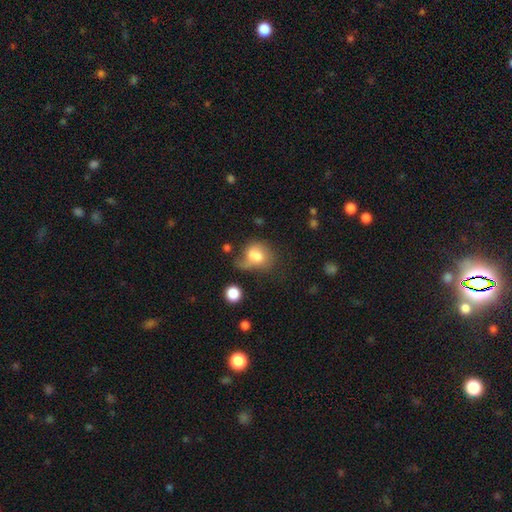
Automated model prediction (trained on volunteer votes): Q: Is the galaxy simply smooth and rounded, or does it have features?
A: smooth — 67%.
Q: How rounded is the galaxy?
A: in between — 58%.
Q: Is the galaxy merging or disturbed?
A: major disturbance — 30%.